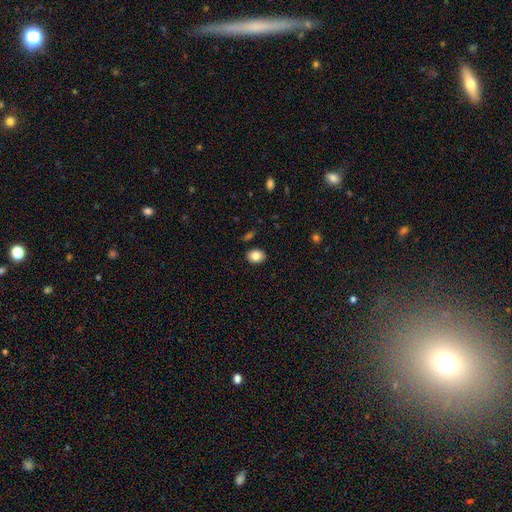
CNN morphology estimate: A smooth galaxy with no disk features (84%) that is in between round and cigar-shaped (64%).

Vote fractions:
- Smooth or featured? smooth: 84% / star or artifact: 9% / featured or disk: 7%
- How rounded? in between: 64% / round: 35% / cigar-shaped: 1%
- Merging? none: 87% / minor disturbance: 9% / major disturbance: 2% / merger: 2%